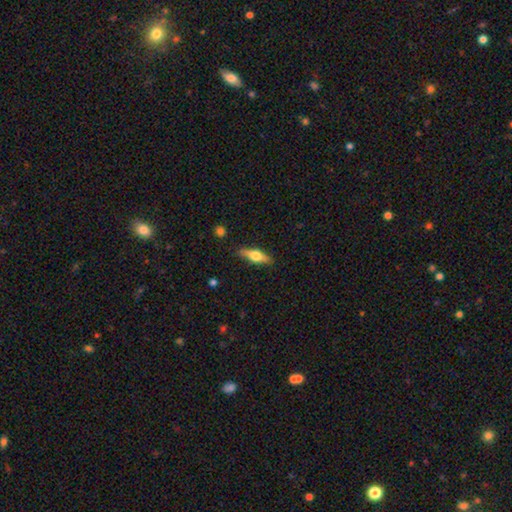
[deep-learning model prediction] Morphology: type=featured or disk (50%); merging=none (86%).